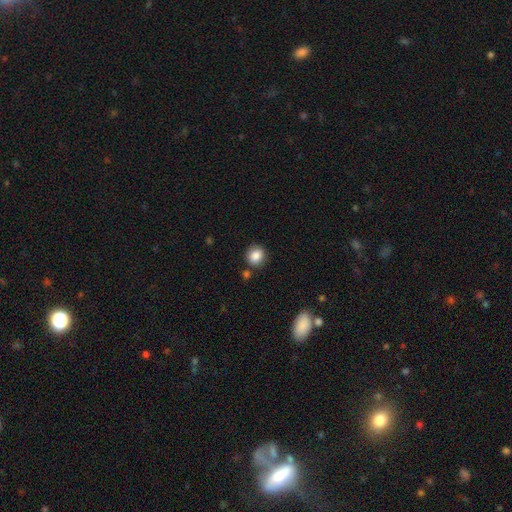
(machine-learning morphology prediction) Smooth or featured? Predicted: smooth (p=0.86). How rounded? Predicted: round (p=0.81). Merging? Predicted: none (p=0.81).